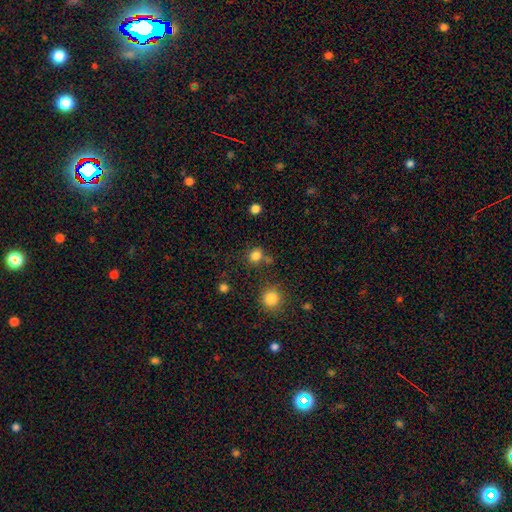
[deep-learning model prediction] A smooth galaxy with no disk features (81%) that is round (70%).

Vote fractions:
- Smooth or featured? smooth: 81% / star or artifact: 14% / featured or disk: 5%
- How rounded? round: 70% / in between: 29% / cigar-shaped: 1%
- Merging? none: 69% / merger: 14% / minor disturbance: 13% / major disturbance: 5%